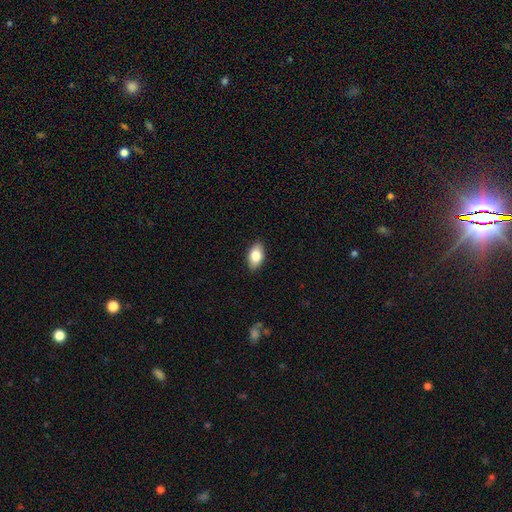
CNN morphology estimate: smooth-or-featured: smooth: 83% | featured or disk: 10% | star or artifact: 7%
  how-rounded: in between: 92% | round: 6% | cigar-shaped: 3%
  merging: none: 88% | minor disturbance: 9% | major disturbance: 2% | merger: 1%